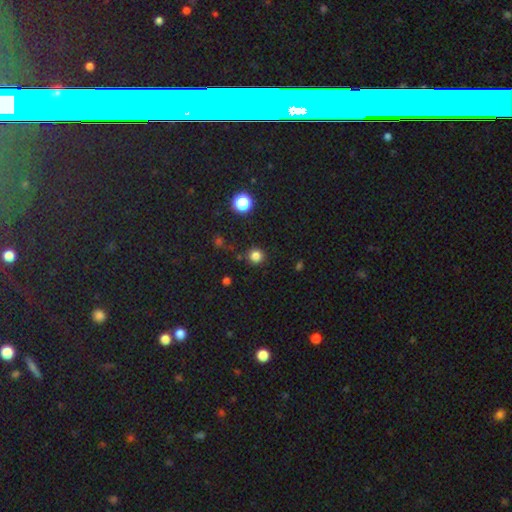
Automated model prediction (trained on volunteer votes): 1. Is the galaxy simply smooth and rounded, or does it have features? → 81% smooth, 14% star or artifact, 4% featured or disk.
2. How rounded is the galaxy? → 94% round, 5% in between, 1% cigar-shaped.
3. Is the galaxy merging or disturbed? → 87% none, 7% minor disturbance, 3% major disturbance, 2% merger.